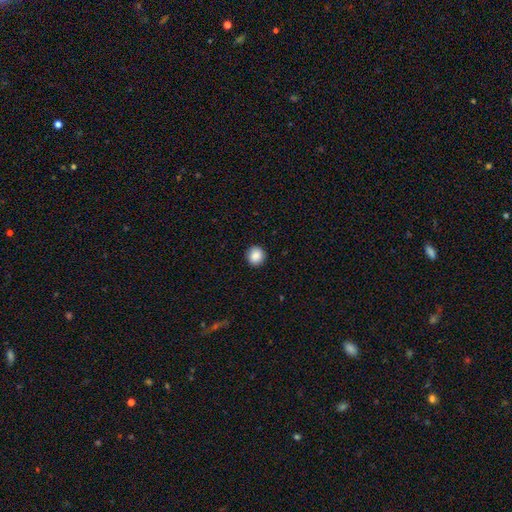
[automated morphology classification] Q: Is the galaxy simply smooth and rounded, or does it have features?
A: smooth — 88%.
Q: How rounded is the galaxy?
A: round — 93%.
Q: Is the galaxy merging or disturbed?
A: none — 93%.